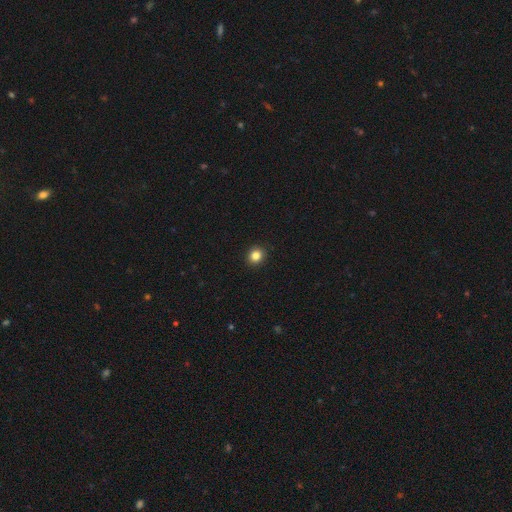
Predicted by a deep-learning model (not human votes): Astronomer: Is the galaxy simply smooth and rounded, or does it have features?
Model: smooth — 84%.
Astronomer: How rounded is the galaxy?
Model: round — 83%.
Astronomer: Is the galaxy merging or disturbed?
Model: none — 92%.